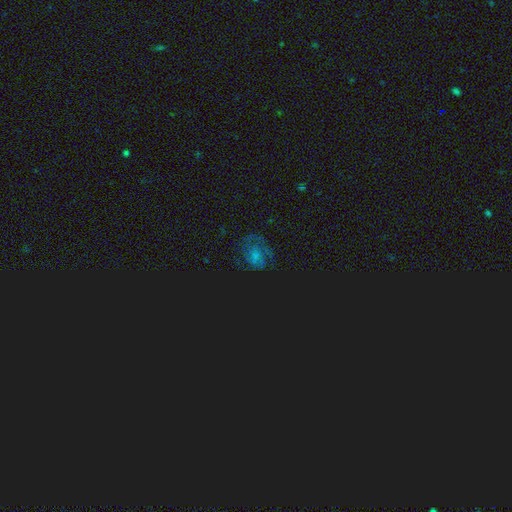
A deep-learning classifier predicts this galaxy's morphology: Smooth or featured?
  - featured or disk: 39% *
  - star or artifact: 36%
  - smooth: 25%
Merging?
  - none: 63% *
  - minor disturbance: 20%
  - major disturbance: 15%
  - merger: 3%